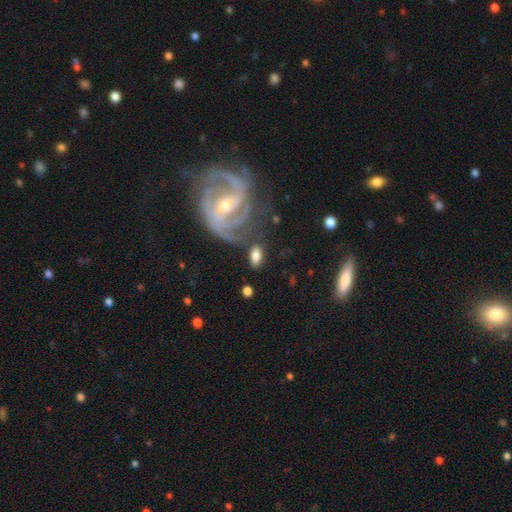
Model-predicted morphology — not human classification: This is likely a smooth galaxy (66%). How rounded: clearly in between (88%). Merging: likely none (69%).